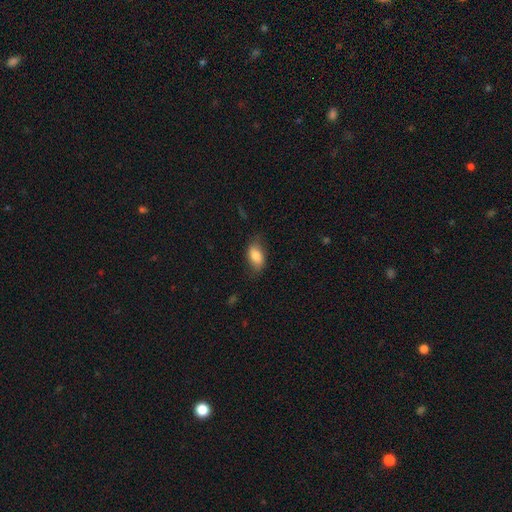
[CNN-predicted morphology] Smooth or featured: smooth — 81% (featured or disk — 12%)
How rounded: in between — 90% (round — 7%)
Merging: none — 69% (minor disturbance — 23%)